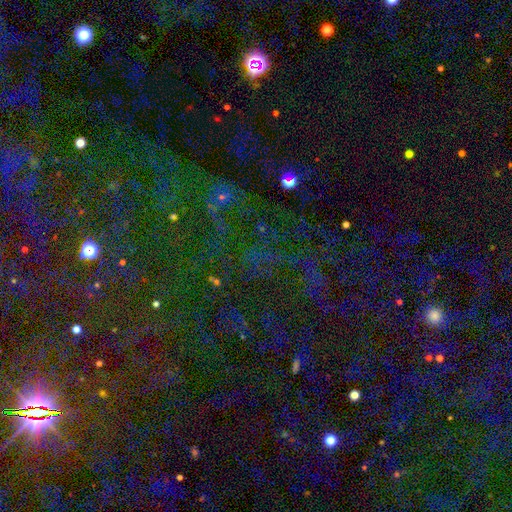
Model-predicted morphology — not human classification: type=star or artifact (76%).